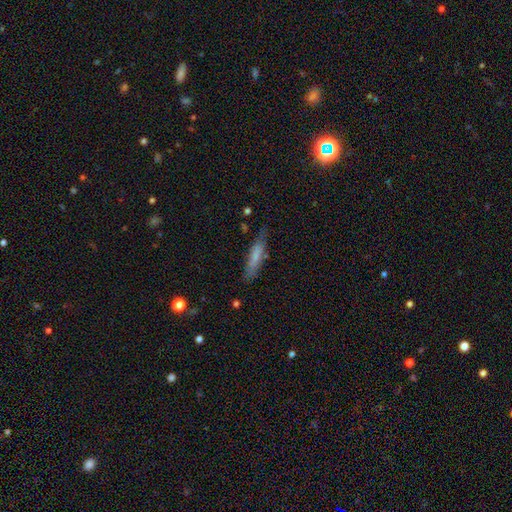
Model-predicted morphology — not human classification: smooth 68%, featured or disk 25%, star or artifact 7%. Down the decision tree: how rounded — cigar-shaped (78%); merging — none (68%).